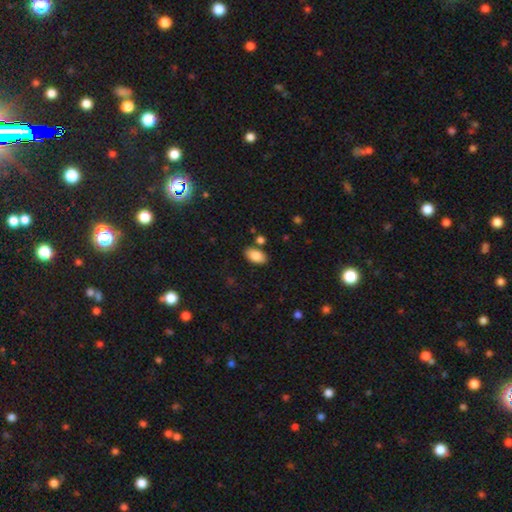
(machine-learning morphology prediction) smooth_or_featured: smooth (p=0.86) [alt: star or artifact p=0.07]
how_rounded: in between (p=0.94) [alt: round p=0.04]
merging: none (p=0.81) [alt: minor disturbance p=0.10]